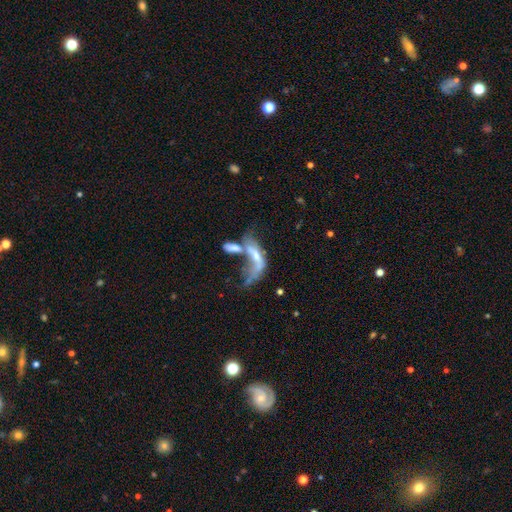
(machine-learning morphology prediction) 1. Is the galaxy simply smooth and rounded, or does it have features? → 62% featured or disk, 27% smooth, 11% star or artifact.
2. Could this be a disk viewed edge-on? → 86% no, 14% yes.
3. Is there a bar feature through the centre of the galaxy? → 61% no, 26% weak, 14% strong.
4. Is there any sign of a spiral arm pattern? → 58% no, 42% yes.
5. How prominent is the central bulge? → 39% small, 34% moderate, 21% none, 4% large, 2% dominant.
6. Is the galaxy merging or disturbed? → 54% merger, 27% major disturbance, 12% none, 8% minor disturbance.